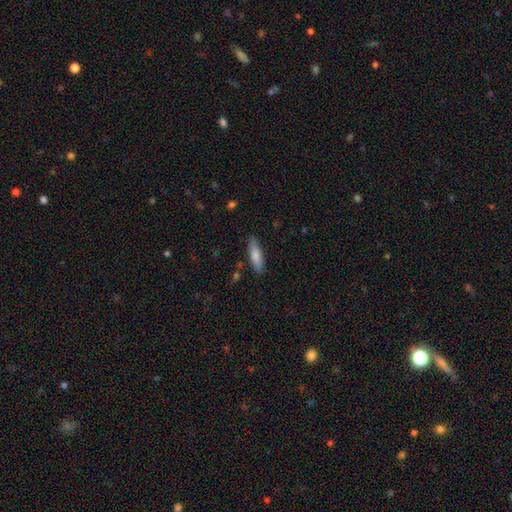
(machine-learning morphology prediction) Q: Smooth or featured?
A: smooth (79%); runner-up: featured or disk (15%)
Q: How rounded?
A: cigar-shaped (65%); runner-up: in between (33%)
Q: Merging?
A: none (84%); runner-up: minor disturbance (12%)